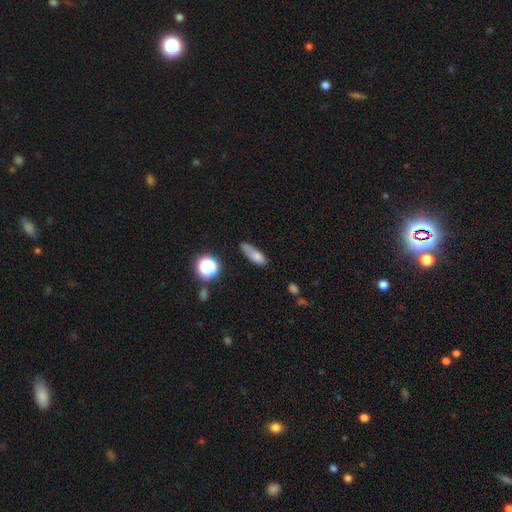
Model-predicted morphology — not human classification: A smooth galaxy with no disk features (74%) that is in between round and cigar-shaped (49%). Merging: none (49%).